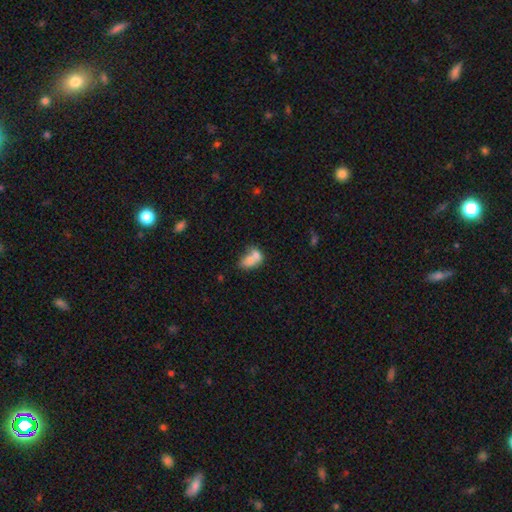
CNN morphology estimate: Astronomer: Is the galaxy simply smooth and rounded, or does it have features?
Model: smooth — 72%.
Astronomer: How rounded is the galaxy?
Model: in between — 79%.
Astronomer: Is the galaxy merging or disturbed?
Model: merger — 62%.